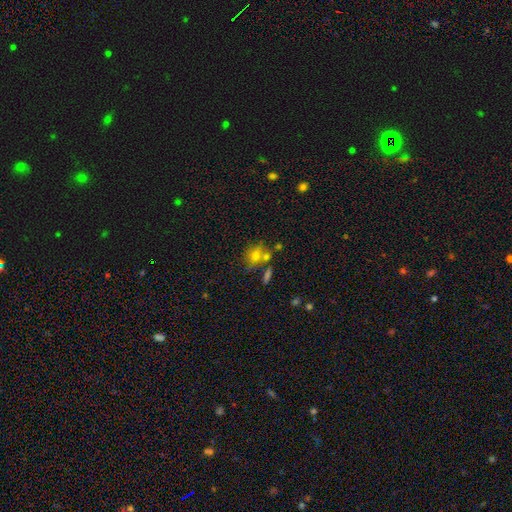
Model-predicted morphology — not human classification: smooth 69%, featured or disk 18%, star or artifact 14%. Down the decision tree: how rounded — round (57%); merging — none (53%).